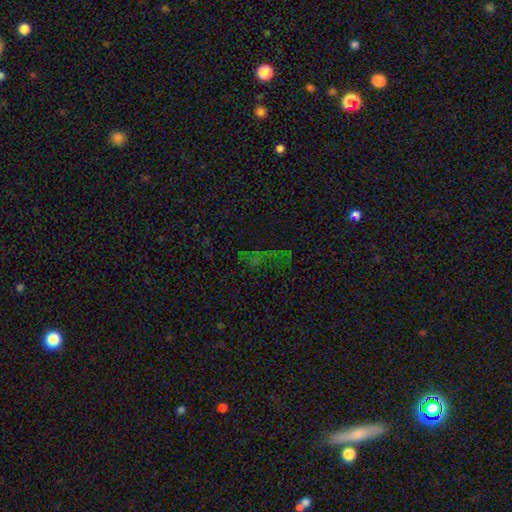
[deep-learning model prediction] A star or artifact, not a galaxy (61%).